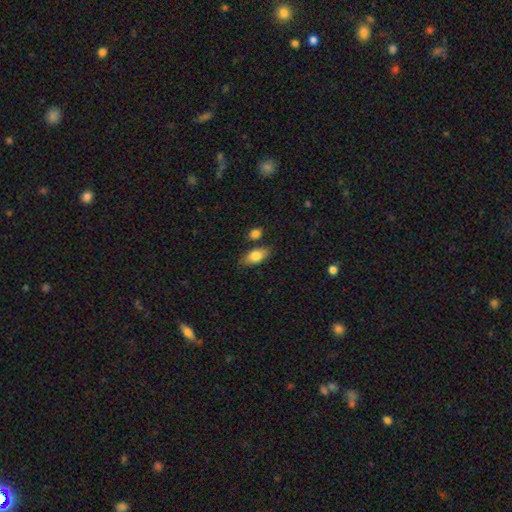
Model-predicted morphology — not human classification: type=smooth (80%); roundness=in between (88%); merging=none (76%).